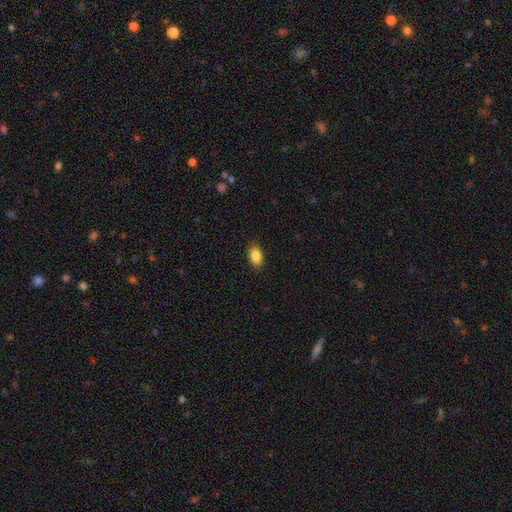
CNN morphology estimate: type=smooth (87%); roundness=in between (89%); merging=none (88%).